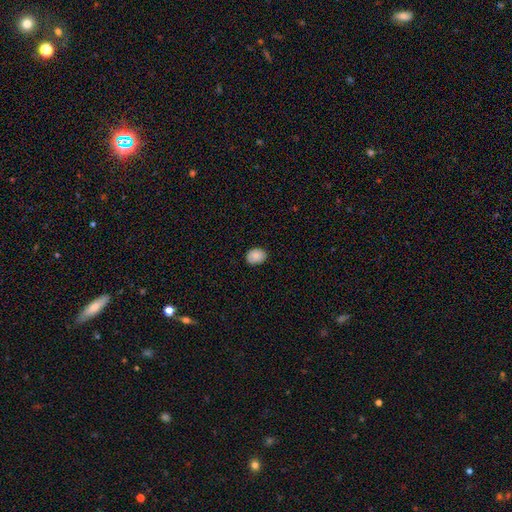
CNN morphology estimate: A smooth galaxy with no disk features (86%) that is in between round and cigar-shaped (62%).

Vote fractions:
- Smooth or featured? smooth: 86% / star or artifact: 8% / featured or disk: 7%
- How rounded? in between: 62% / round: 37% / cigar-shaped: 1%
- Merging? none: 85% / minor disturbance: 12% / major disturbance: 2% / merger: 1%